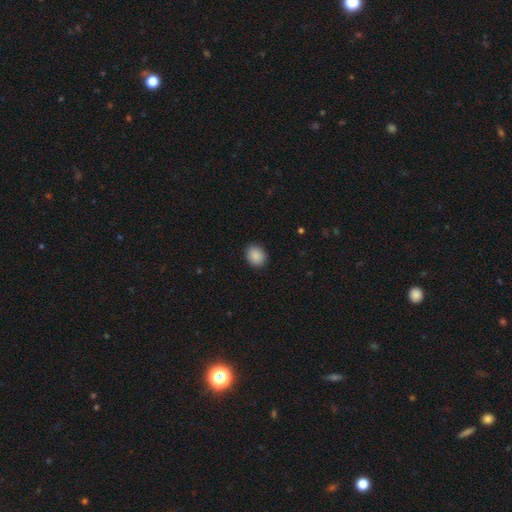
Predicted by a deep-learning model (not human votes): smooth 89%, star or artifact 8%, featured or disk 3%. Down the decision tree: how rounded — round (56%); merging — none (90%).